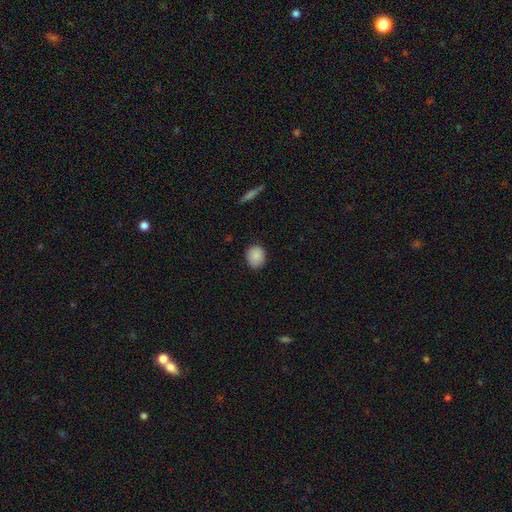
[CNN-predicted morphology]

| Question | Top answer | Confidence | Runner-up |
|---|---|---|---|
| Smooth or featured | smooth | 88% | star or artifact (8%) |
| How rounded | round | 70% | in between (28%) |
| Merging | none | 86% | minor disturbance (11%) |